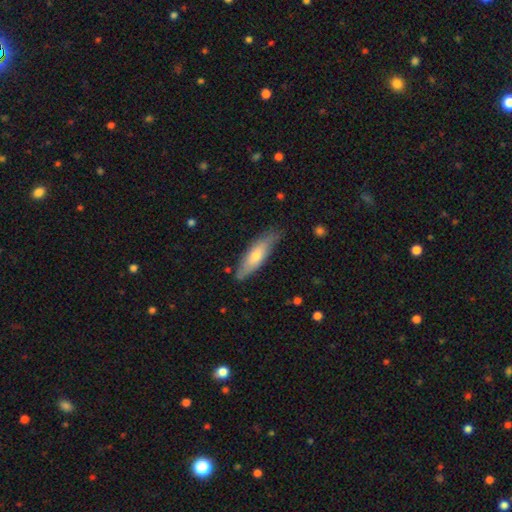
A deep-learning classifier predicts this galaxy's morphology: A smooth galaxy with no disk features (62%) that is cigar-shaped (59%).

Vote fractions:
- Smooth or featured? smooth: 62% / featured or disk: 32% / star or artifact: 5%
- How rounded? cigar-shaped: 59% / in between: 39% / round: 2%
- Merging? none: 76% / minor disturbance: 19% / major disturbance: 3% / merger: 2%